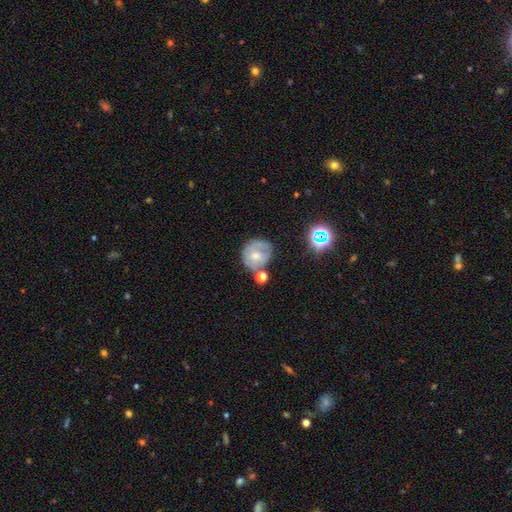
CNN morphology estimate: smooth 47%, featured or disk 42%, star or artifact 11%. Down the decision tree: merging — none (50%).